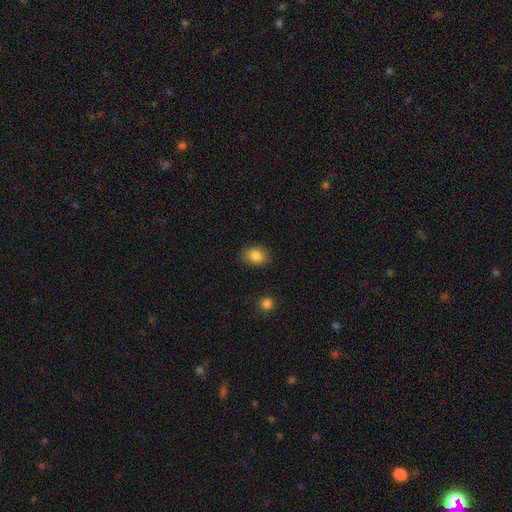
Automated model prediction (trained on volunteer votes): smooth 84%, star or artifact 9%, featured or disk 7%. Down the decision tree: how rounded — in between (66%); merging — none (86%).